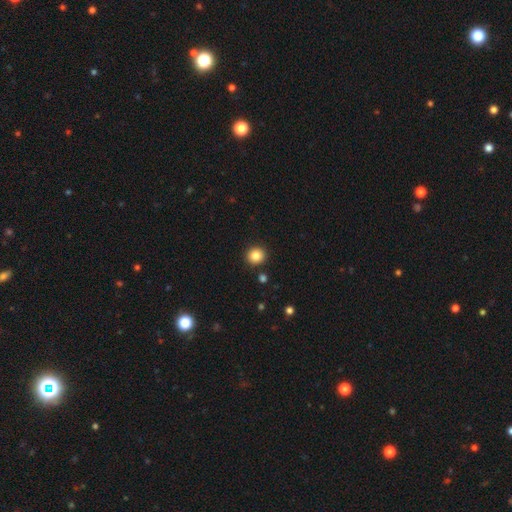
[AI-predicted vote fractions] Smooth or featured?
  - smooth: 85% *
  - star or artifact: 10%
  - featured or disk: 5%
How rounded?
  - round: 91% *
  - in between: 8%
  - cigar-shaped: 1%
Merging?
  - none: 91% *
  - minor disturbance: 5%
  - merger: 2%
  - major disturbance: 2%